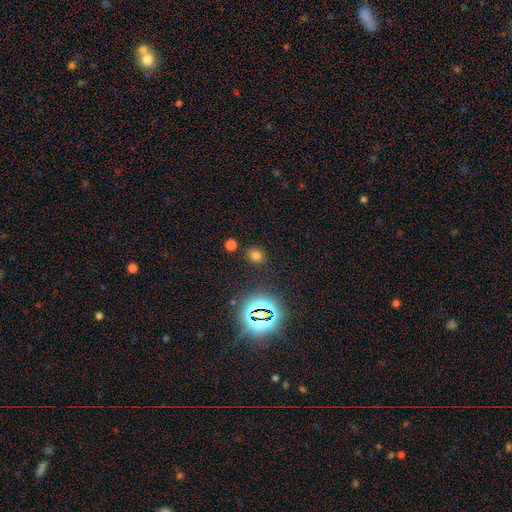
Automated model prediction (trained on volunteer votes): A smooth galaxy with no disk features (67%) that is round (70%).

Vote fractions:
- Smooth or featured? smooth: 67% / star or artifact: 27% / featured or disk: 6%
- How rounded? round: 70% / in between: 29% / cigar-shaped: 1%
- Merging? none: 84% / minor disturbance: 9% / merger: 4% / major disturbance: 4%